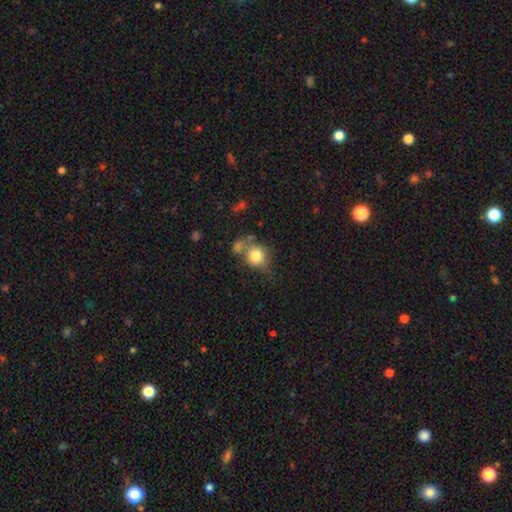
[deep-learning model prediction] This is likely a smooth galaxy (79%). How rounded: clearly round (81%). Merging: possibly none (45%).